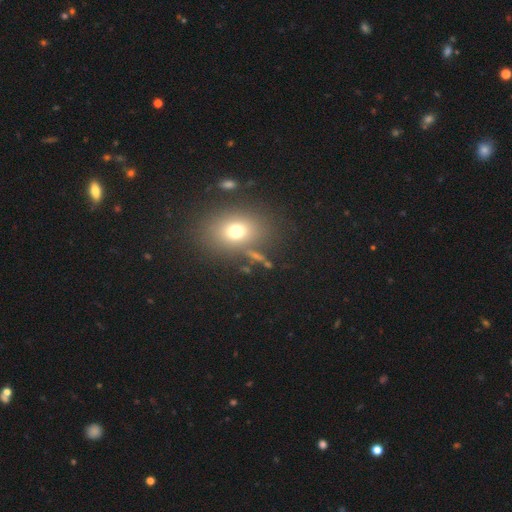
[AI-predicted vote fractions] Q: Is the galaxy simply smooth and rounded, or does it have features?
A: smooth — 64%.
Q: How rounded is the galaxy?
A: in between — 50%.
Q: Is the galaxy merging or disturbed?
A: none — 76%.